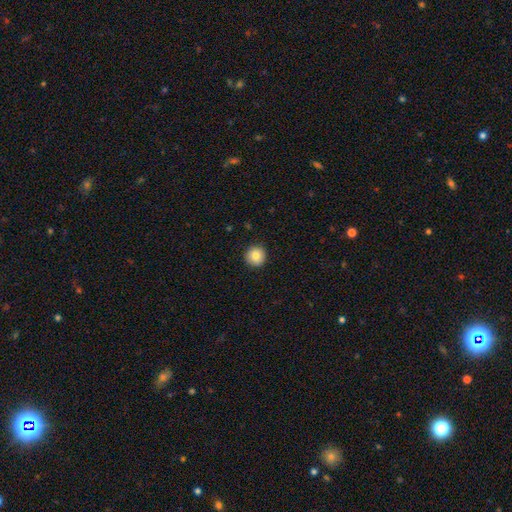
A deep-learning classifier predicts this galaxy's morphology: Smooth or featured?
  - smooth: 83% *
  - star or artifact: 9%
  - featured or disk: 8%
How rounded?
  - round: 94% *
  - in between: 5%
  - cigar-shaped: 1%
Merging?
  - none: 91% *
  - minor disturbance: 6%
  - major disturbance: 2%
  - merger: 1%